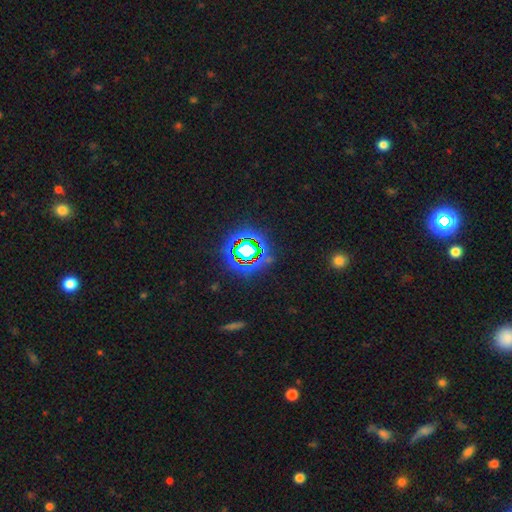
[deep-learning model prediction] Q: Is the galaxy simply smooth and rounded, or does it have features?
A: star or artifact — 79%.